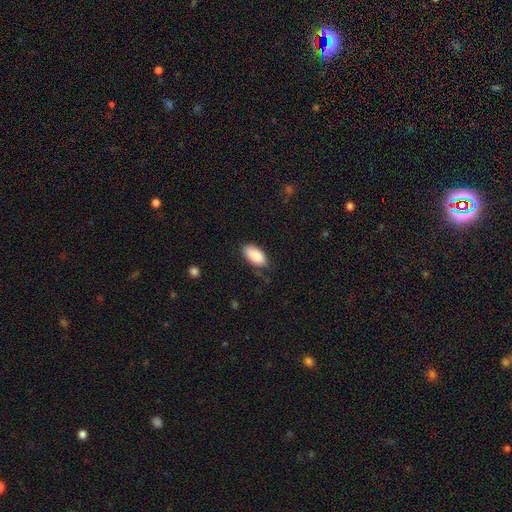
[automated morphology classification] Smooth or featured? smooth (88%)
How rounded? in between (94%)
Merging? none (73%)